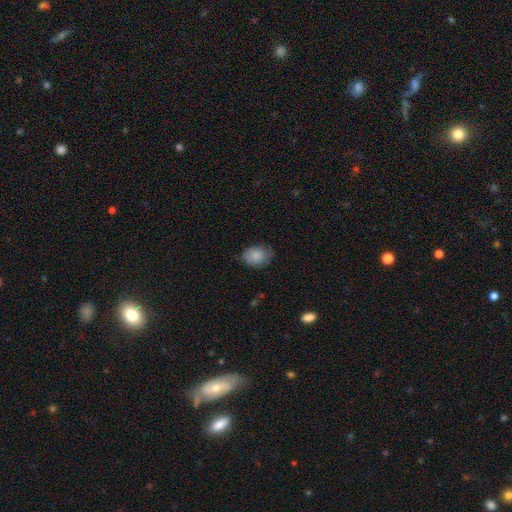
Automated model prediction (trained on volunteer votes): A smooth galaxy with no disk features (82%) that is in between round and cigar-shaped (60%).

Vote fractions:
- Smooth or featured? smooth: 82% / featured or disk: 11% / star or artifact: 7%
- How rounded? in between: 60% / round: 40% / cigar-shaped: 1%
- Merging? none: 60% / minor disturbance: 31% / major disturbance: 8% / merger: 1%